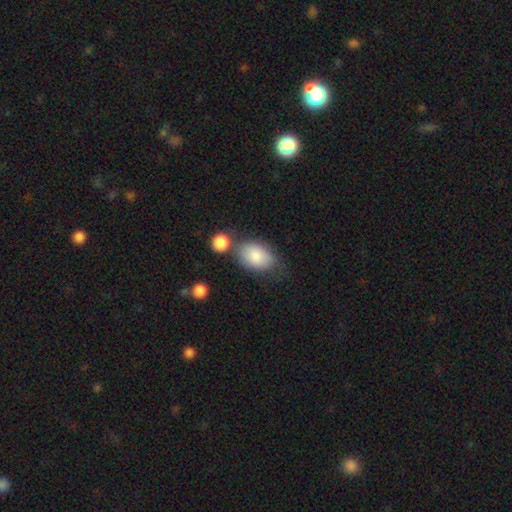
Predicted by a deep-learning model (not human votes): This is clearly a smooth galaxy (84%). How rounded: clearly in between (84%). Merging: possibly none (51%).